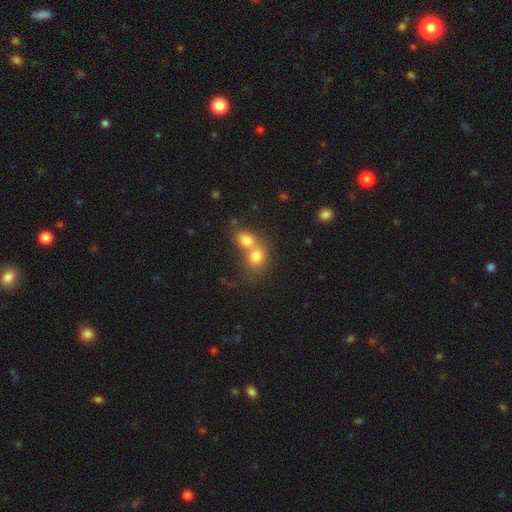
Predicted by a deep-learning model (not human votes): Smooth or featured? smooth (75%)
How rounded? round (61%)
Merging? merger (68%)